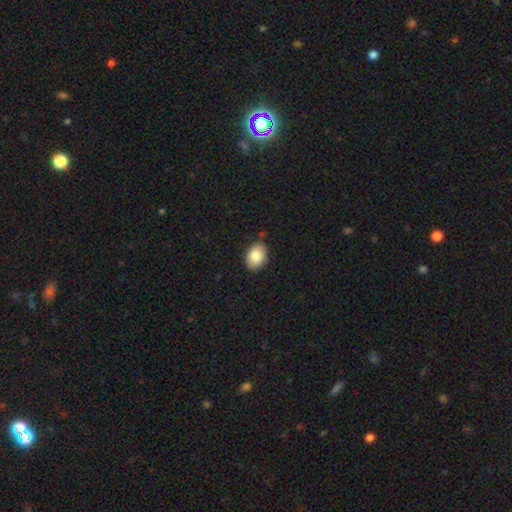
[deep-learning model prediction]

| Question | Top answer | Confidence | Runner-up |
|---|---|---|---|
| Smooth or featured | smooth | 84% | featured or disk (9%) |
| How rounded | in between | 76% | round (23%) |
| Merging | none | 84% | minor disturbance (12%) |